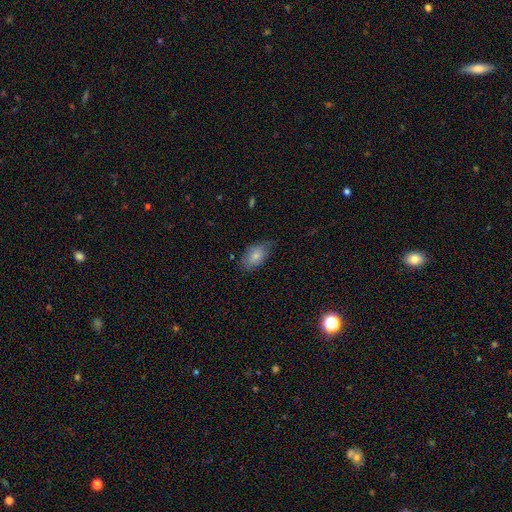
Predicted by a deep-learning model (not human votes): This appears to be a smooth galaxy with no disk features (76%) that is in between round and cigar-shaped (88%). Merging: none (57%).